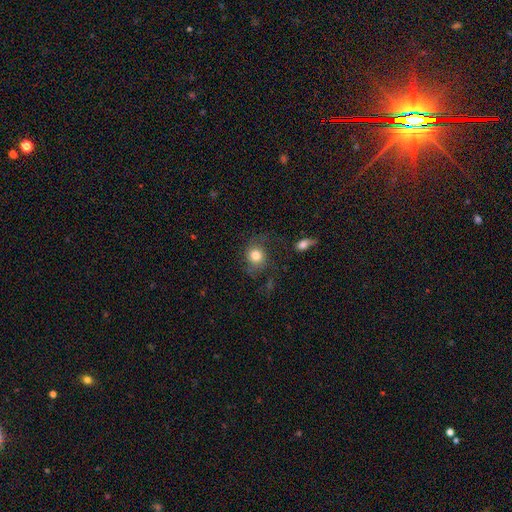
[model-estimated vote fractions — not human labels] A smooth galaxy with no disk features (76%) that is round (76%).

Vote fractions:
- Smooth or featured? smooth: 76% / featured or disk: 14% / star or artifact: 10%
- How rounded? round: 76% / in between: 23% / cigar-shaped: 1%
- Merging? none: 62% / minor disturbance: 19% / major disturbance: 15% / merger: 4%